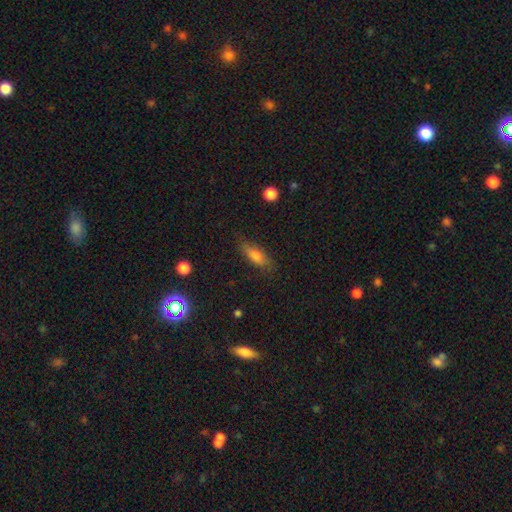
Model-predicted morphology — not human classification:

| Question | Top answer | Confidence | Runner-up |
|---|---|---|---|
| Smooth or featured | smooth | 68% | featured or disk (22%) |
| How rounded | in between | 55% | cigar-shaped (41%) |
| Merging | none | 78% | minor disturbance (16%) |